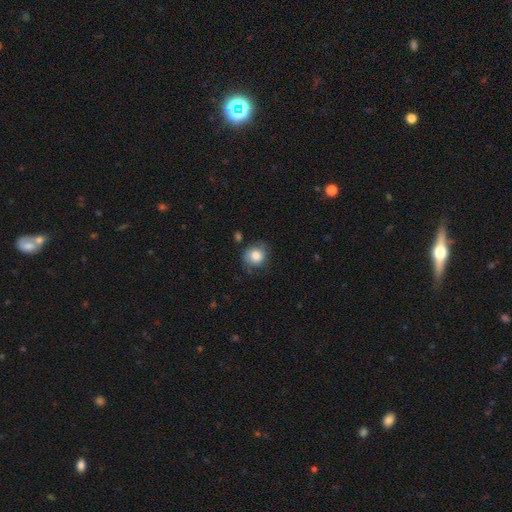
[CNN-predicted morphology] This appears to be a smooth galaxy with no disk features (79%) that is round (79%). Merging: none (67%).